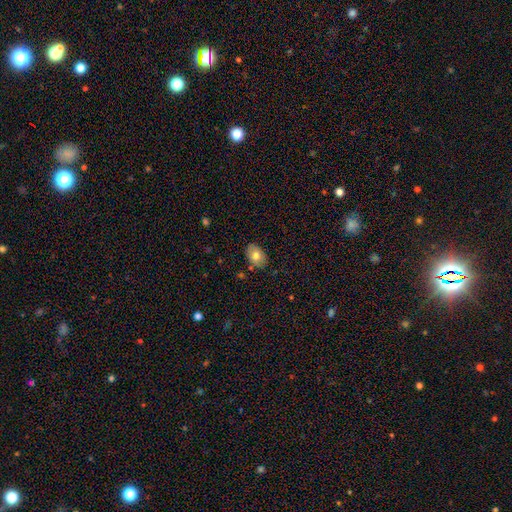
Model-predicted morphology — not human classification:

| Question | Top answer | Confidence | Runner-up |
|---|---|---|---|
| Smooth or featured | smooth | 72% | featured or disk (20%) |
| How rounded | in between | 84% | round (15%) |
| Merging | none | 82% | minor disturbance (13%) |